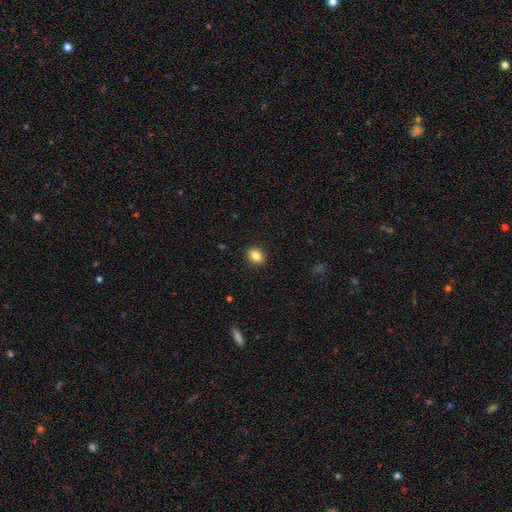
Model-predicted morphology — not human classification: smooth_or_featured: smooth (p=0.86) [alt: star or artifact p=0.09]
how_rounded: in between (p=0.66) [alt: round p=0.33]
merging: none (p=0.90) [alt: minor disturbance p=0.07]